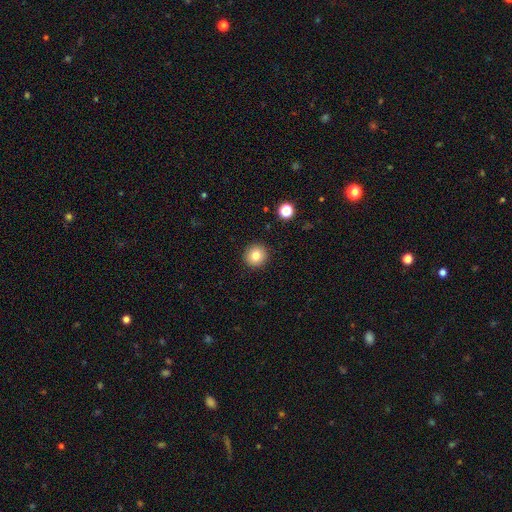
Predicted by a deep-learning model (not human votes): This appears to be a smooth galaxy with no disk features (81%) that is round (94%). Merging: none (92%).